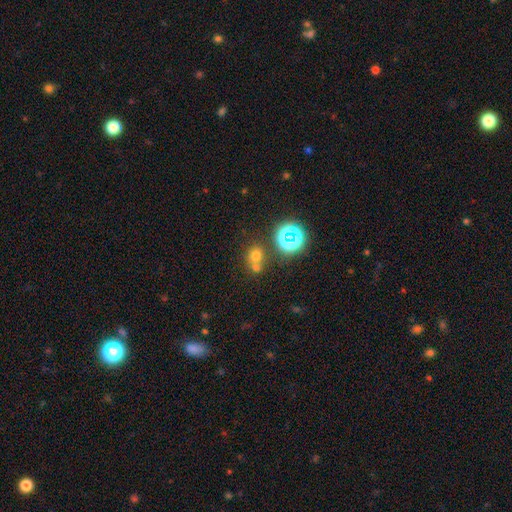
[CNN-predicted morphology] A smooth galaxy with no disk features (61%) that is round (76%). Merging: none (53%).